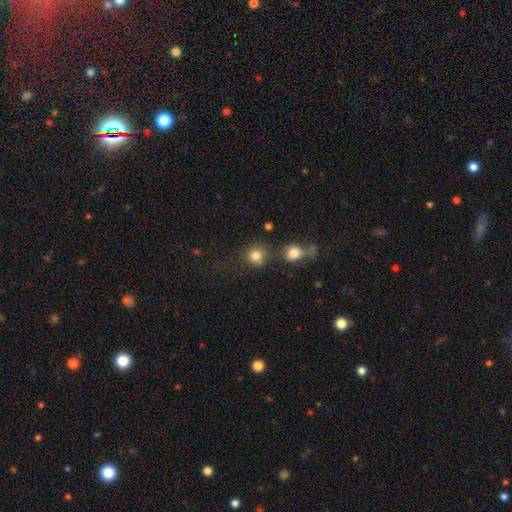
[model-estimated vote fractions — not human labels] Smooth or featured: smooth — 80% (star or artifact — 12%)
How rounded: round — 89% (in between — 10%)
Merging: none — 64% (merger — 19%)